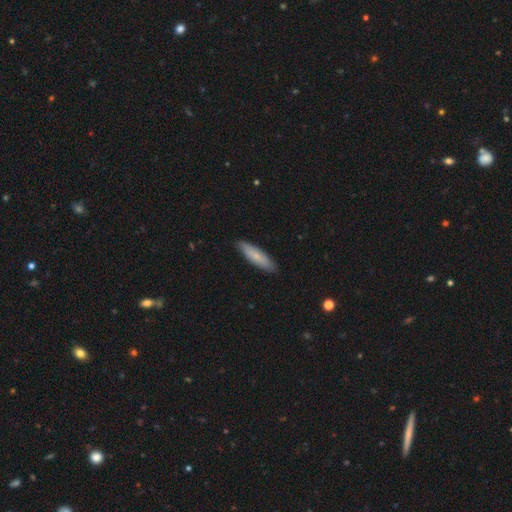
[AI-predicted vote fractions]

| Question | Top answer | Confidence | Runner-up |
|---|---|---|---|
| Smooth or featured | smooth | 69% | featured or disk (26%) |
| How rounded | cigar-shaped | 66% | in between (32%) |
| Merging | none | 85% | minor disturbance (12%) |